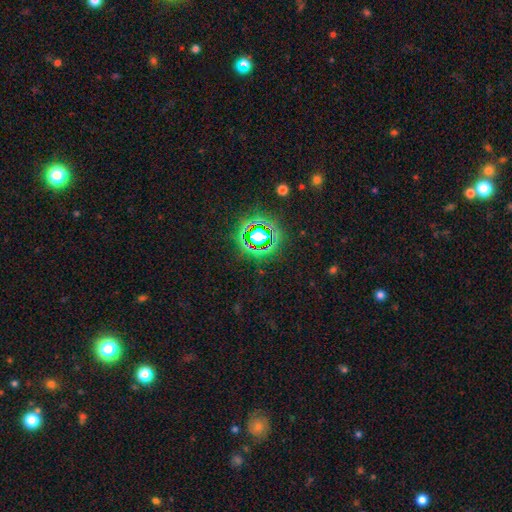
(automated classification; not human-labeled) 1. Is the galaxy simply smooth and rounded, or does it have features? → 79% star or artifact, 13% smooth, 8% featured or disk.